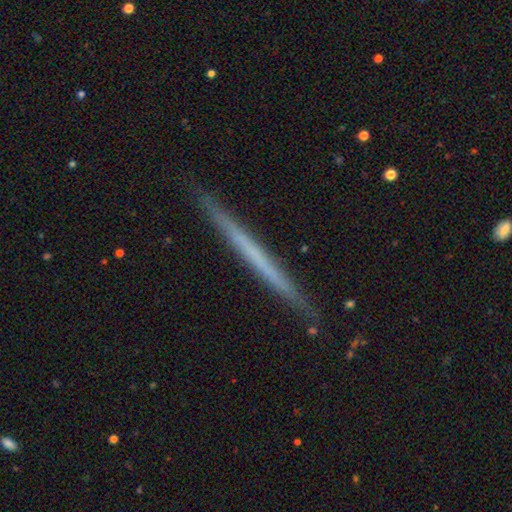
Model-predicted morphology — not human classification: This appears to be a featured or disk galaxy (56%) viewed edge-on (97%) with no central bulge (94%). Merging: none (91%).